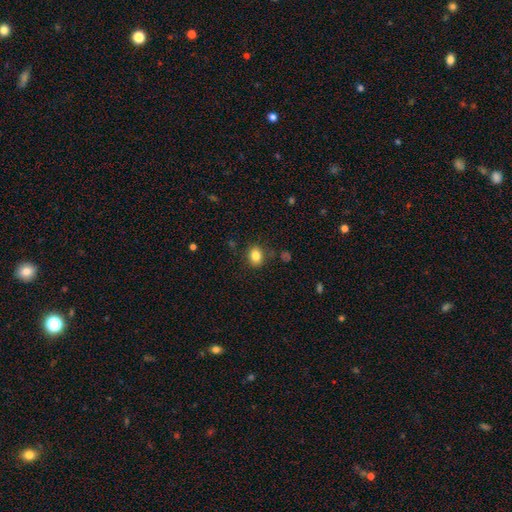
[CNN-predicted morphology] Overall: smooth (83%). How rounded: round (54%; in between 46%). Merging: none (85%).